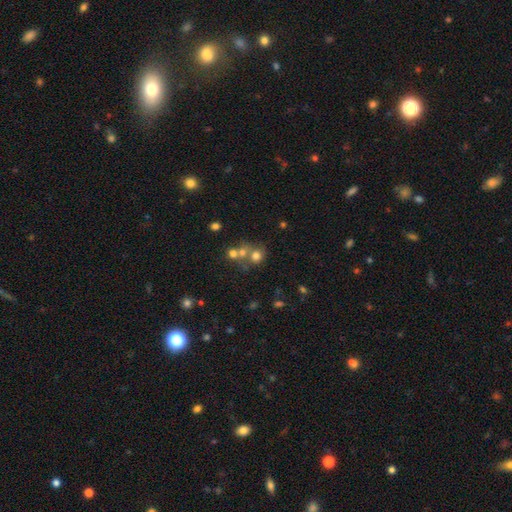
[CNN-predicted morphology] smooth-or-featured: smooth: 66% | star or artifact: 18% | featured or disk: 16%
  how-rounded: round: 81% | in between: 18% | cigar-shaped: 1%
  merging: none: 44% | merger: 43% | minor disturbance: 8% | major disturbance: 5%